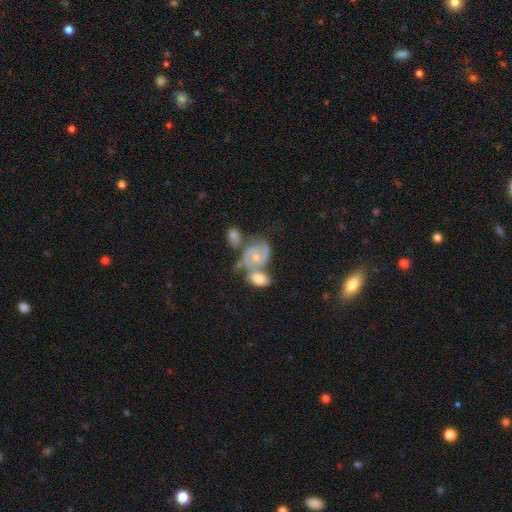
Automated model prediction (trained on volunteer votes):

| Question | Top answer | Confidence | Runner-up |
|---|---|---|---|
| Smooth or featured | featured or disk | 78% | smooth (15%) |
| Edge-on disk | no | 98% | yes (2%) |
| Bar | no | 69% | weak (25%) |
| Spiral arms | yes | 93% | no (7%) |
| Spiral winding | medium | 48% | tight (39%) |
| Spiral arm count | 2 | 73% | can't tell (10%) |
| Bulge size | moderate | 47% | tied: small (47%) |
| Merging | merger | 45% | none (30%) |